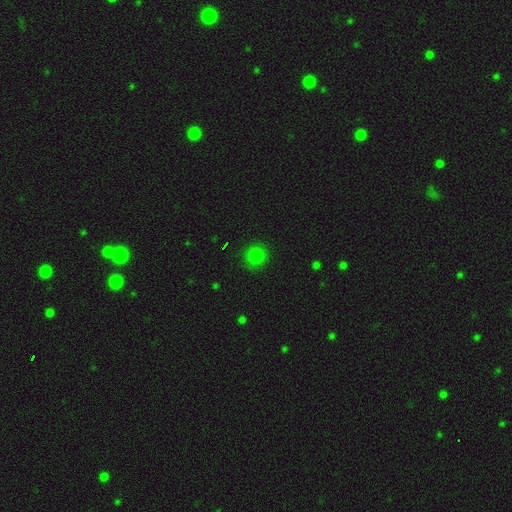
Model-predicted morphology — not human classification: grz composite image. It shows a smooth galaxy with no disk features (82%) that is round (91%). Merging: none (90%).